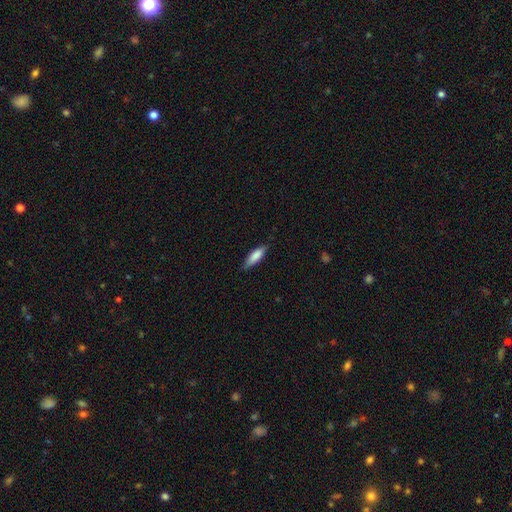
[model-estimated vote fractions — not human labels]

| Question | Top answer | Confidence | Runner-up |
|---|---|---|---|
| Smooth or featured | smooth | 80% | featured or disk (14%) |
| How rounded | cigar-shaped | 54% | in between (44%) |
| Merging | none | 79% | minor disturbance (17%) |